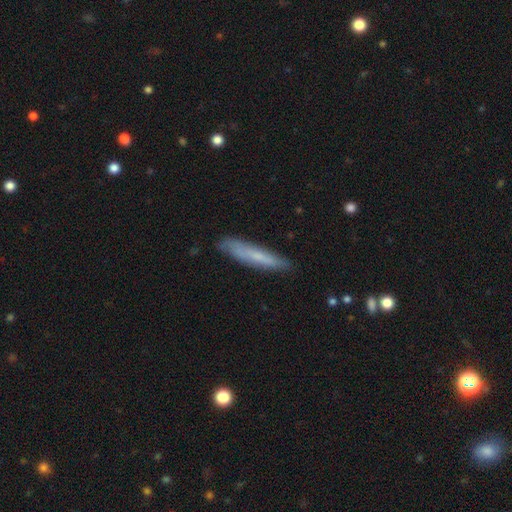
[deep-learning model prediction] Overall: smooth (62%; featured or disk 32%). How rounded: cigar-shaped (91%). Merging: none (83%).